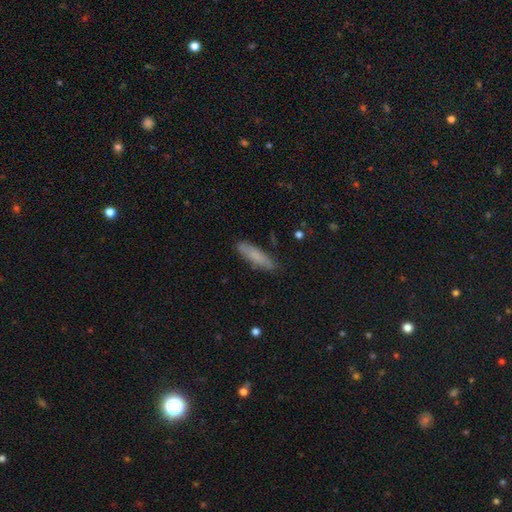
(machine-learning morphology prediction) smooth 78%, featured or disk 16%, star or artifact 7%. Down the decision tree: how rounded — cigar-shaped (74%); merging — none (85%).